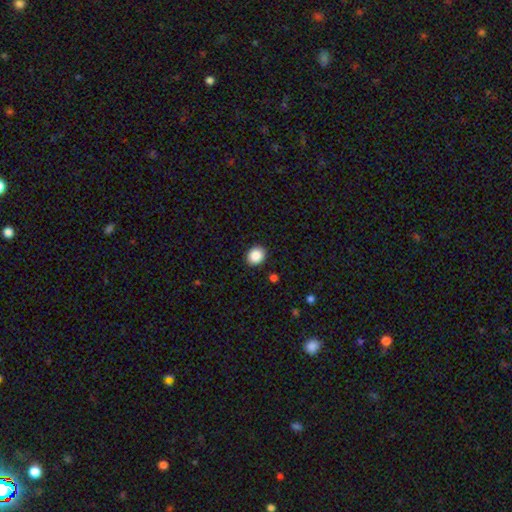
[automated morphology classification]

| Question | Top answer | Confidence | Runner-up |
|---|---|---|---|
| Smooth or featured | smooth | 88% | star or artifact (8%) |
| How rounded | round | 60% | in between (39%) |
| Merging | none | 91% | minor disturbance (6%) |